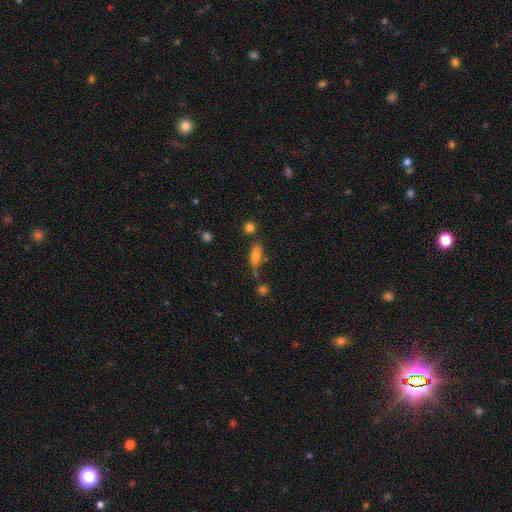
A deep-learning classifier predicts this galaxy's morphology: Overall: smooth (73%). How rounded: in between (70%). Merging: none (57%; minor disturbance 22%).